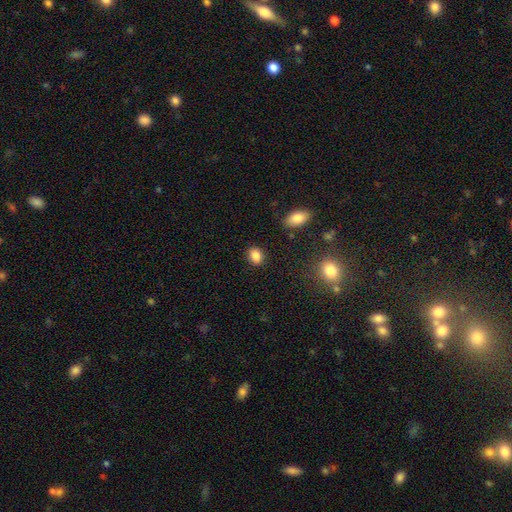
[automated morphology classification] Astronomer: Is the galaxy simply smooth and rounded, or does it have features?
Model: smooth — 85%.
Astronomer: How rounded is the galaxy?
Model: in between — 62%.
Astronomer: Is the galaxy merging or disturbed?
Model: none — 85%.